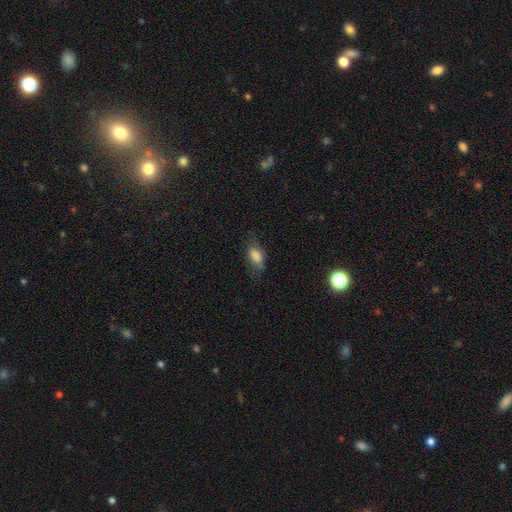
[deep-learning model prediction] Morphology: type=smooth (77%); roundness=in between (87%); merging=none (60%).